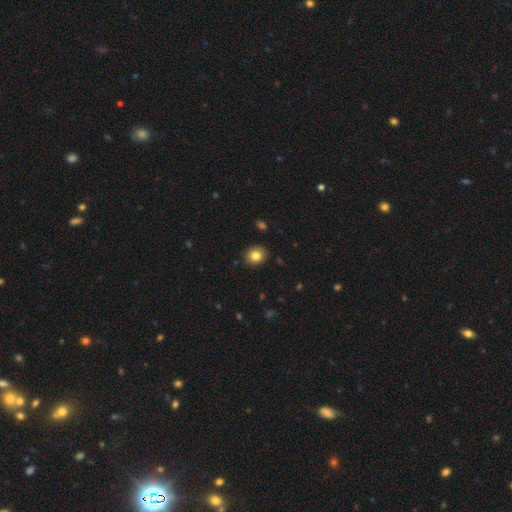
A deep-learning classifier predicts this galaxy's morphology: This is clearly a smooth galaxy (83%). How rounded: likely round (73%). Merging: clearly none (90%).